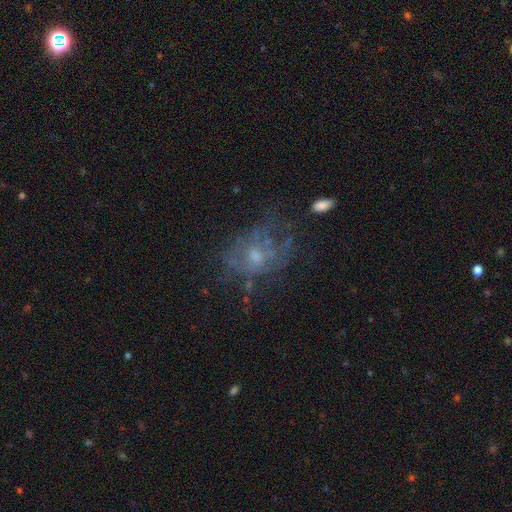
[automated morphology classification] Smooth or featured? Predicted: featured or disk (p=0.56). Edge-on disk? Predicted: no (p=0.96). Bar? Predicted: no (p=0.85). Spiral arms? Predicted: no (p=0.69). Bulge size? Predicted: small (p=0.46). Merging? Predicted: none (p=0.48).